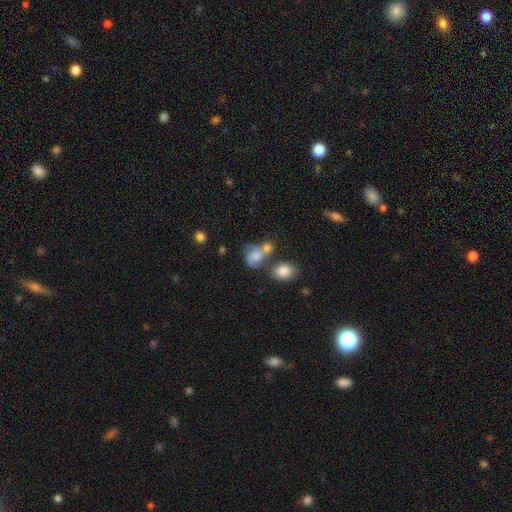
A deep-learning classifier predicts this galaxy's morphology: smooth 62%, featured or disk 26%, star or artifact 11%. Down the decision tree: how rounded — in between (51%); merging — merger (37%).